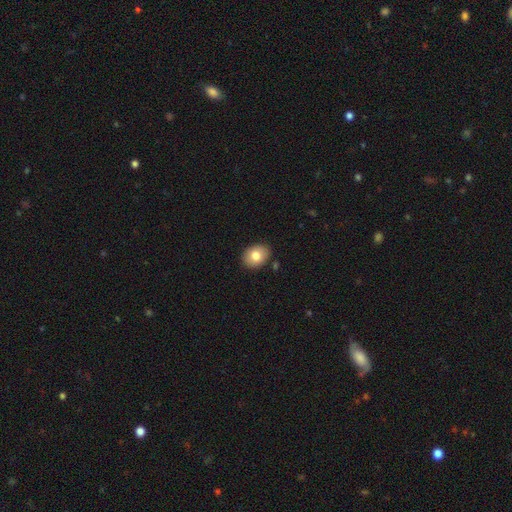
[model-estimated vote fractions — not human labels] This appears to be a smooth galaxy with no disk features (81%) that is in between round and cigar-shaped (65%). Merging: none (88%).